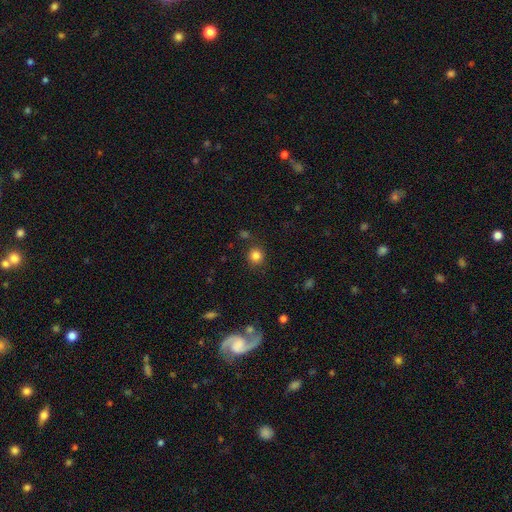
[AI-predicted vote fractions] Q: Smooth or featured?
A: smooth (83%); runner-up: star or artifact (12%)
Q: How rounded?
A: round (90%); runner-up: in between (9%)
Q: Merging?
A: none (85%); runner-up: minor disturbance (9%)